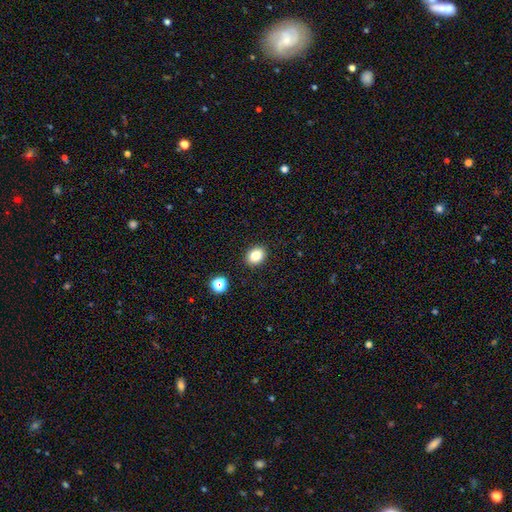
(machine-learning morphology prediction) Q: Smooth or featured?
A: smooth (84%); runner-up: star or artifact (10%)
Q: How rounded?
A: in between (58%); runner-up: round (41%)
Q: Merging?
A: none (89%); runner-up: minor disturbance (7%)